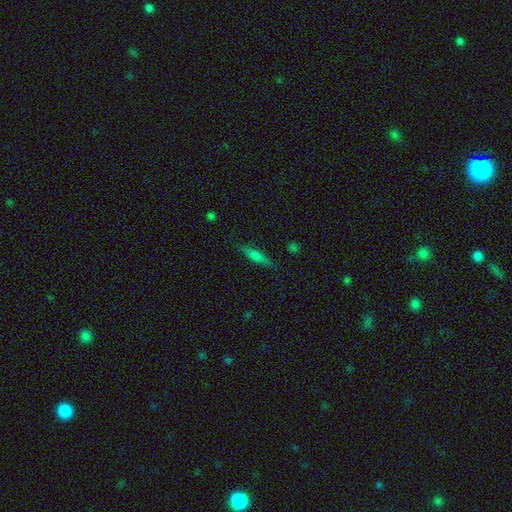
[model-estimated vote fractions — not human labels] A smooth galaxy with no disk features (63%) that is cigar-shaped (78%).

Vote fractions:
- Smooth or featured? smooth: 63% / featured or disk: 27% / star or artifact: 10%
- How rounded? cigar-shaped: 78% / in between: 19% / round: 2%
- Merging? none: 83% / minor disturbance: 13% / major disturbance: 3% / merger: 2%